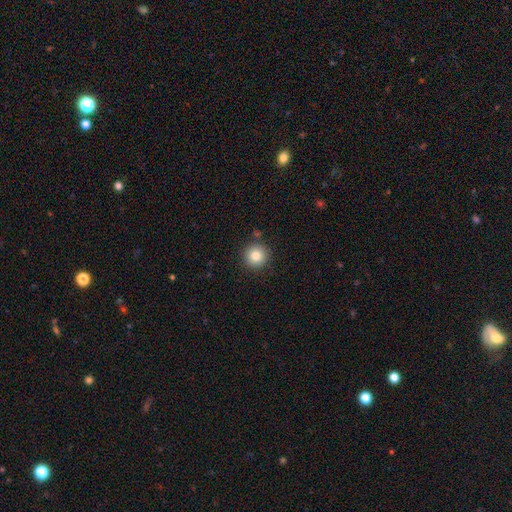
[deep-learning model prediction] Smooth or featured? smooth (83%)
How rounded? round (95%)
Merging? none (88%)